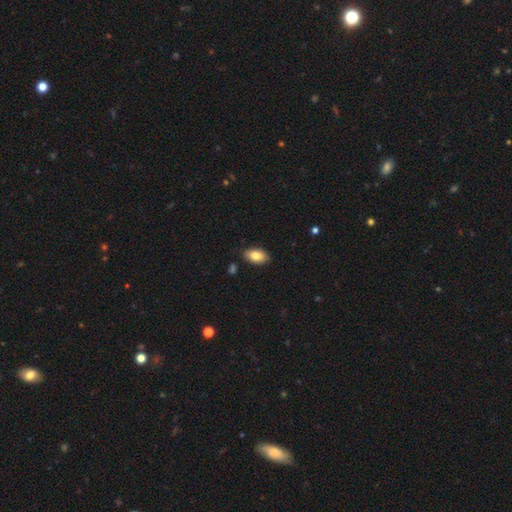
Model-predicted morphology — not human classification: Smooth or featured: smooth — 83% (featured or disk — 10%)
How rounded: in between — 93% (round — 4%)
Merging: none — 85% (minor disturbance — 11%)